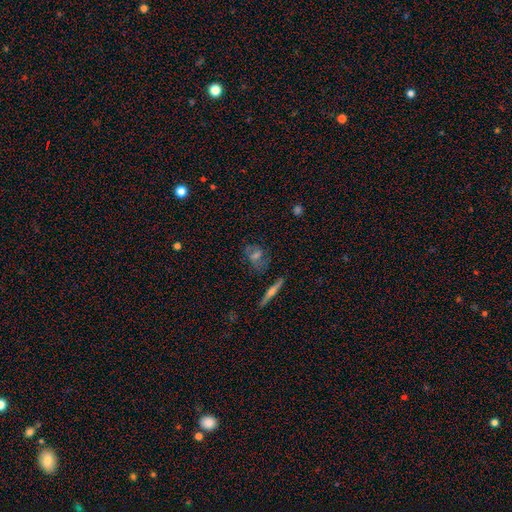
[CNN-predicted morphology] A featured or disk galaxy (51%). Merging: none (73%).